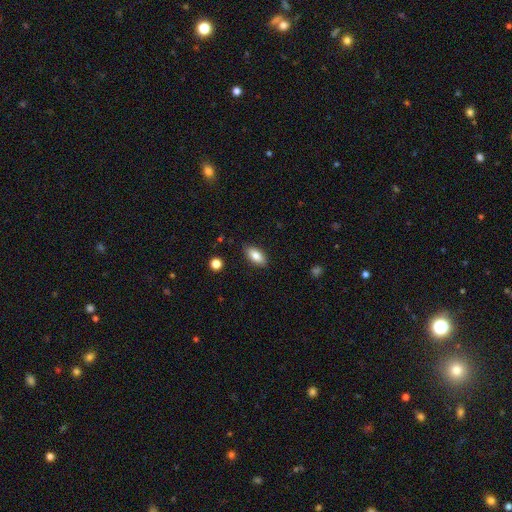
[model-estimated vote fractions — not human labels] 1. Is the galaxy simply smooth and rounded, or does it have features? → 82% smooth, 11% featured or disk, 7% star or artifact.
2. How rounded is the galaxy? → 88% in between, 9% cigar-shaped, 3% round.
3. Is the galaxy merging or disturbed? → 87% none, 10% minor disturbance, 2% major disturbance, 1% merger.